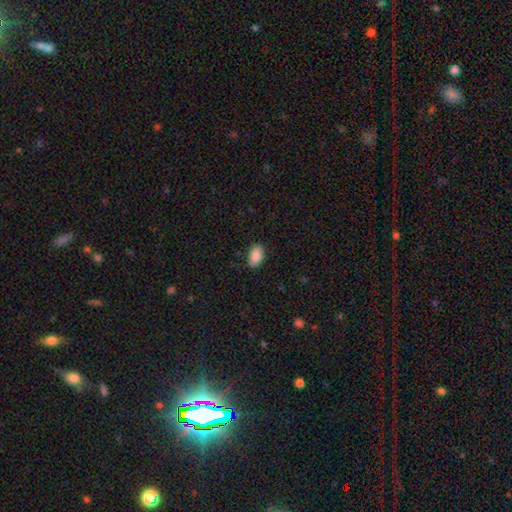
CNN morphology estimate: Smooth or featured? smooth (88%)
How rounded? in between (93%)
Merging? none (82%)